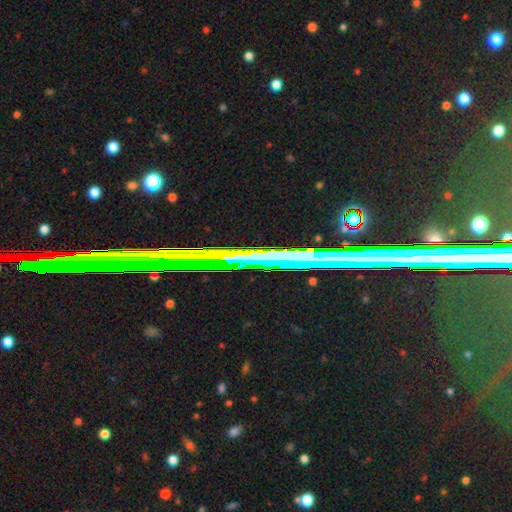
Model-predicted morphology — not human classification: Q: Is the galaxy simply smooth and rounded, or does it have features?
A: star or artifact — 68%.